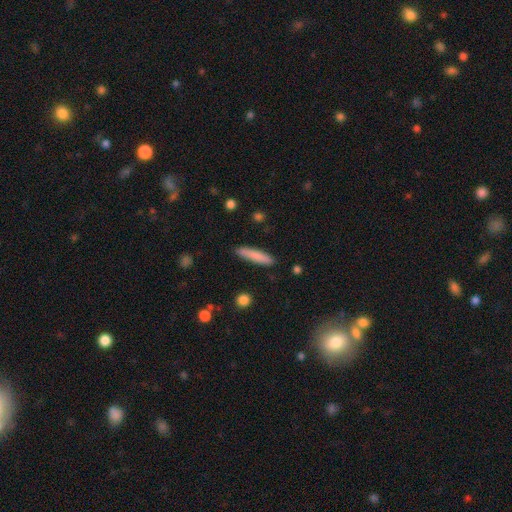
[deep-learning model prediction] Morphology: type=smooth (81%); roundness=cigar-shaped (88%); merging=none (88%).